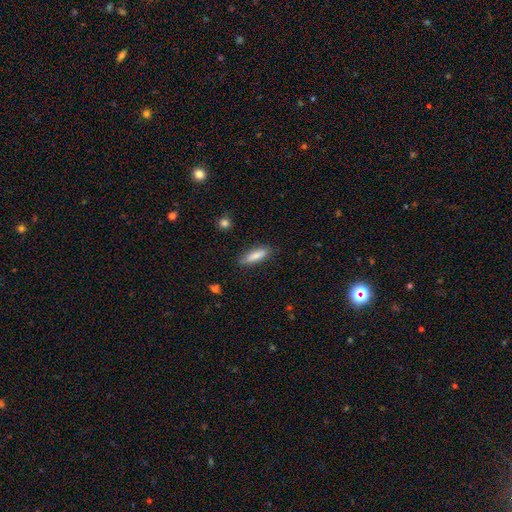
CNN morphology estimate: Smooth or featured?
  - smooth: 82% *
  - featured or disk: 11%
  - star or artifact: 6%
How rounded?
  - cigar-shaped: 57% *
  - in between: 41%
  - round: 2%
Merging?
  - none: 83% *
  - minor disturbance: 13%
  - major disturbance: 3%
  - merger: 2%